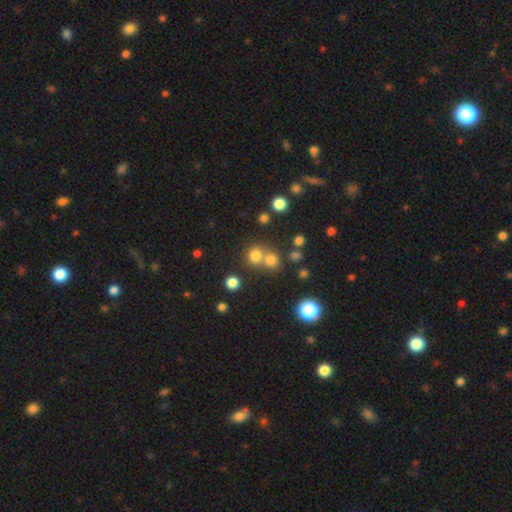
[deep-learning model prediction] Smooth or featured?
  - smooth: 75% *
  - star or artifact: 18%
  - featured or disk: 7%
How rounded?
  - round: 87% *
  - in between: 12%
  - cigar-shaped: 1%
Merging?
  - none: 55% *
  - merger: 36%
  - minor disturbance: 6%
  - major disturbance: 3%